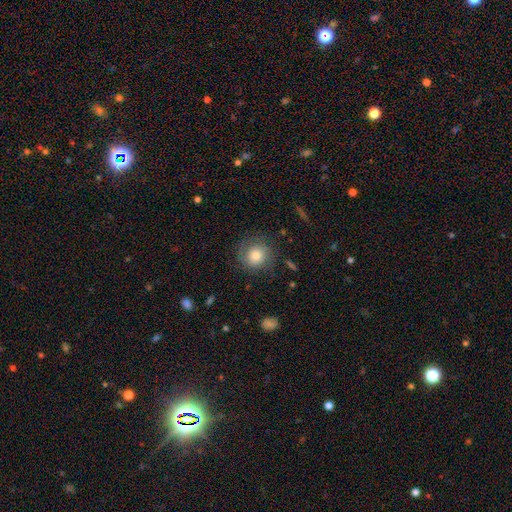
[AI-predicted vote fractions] Q: Smooth or featured?
A: smooth (63%); runner-up: featured or disk (28%)
Q: How rounded?
A: round (90%); runner-up: in between (9%)
Q: Merging?
A: none (75%); runner-up: minor disturbance (15%)